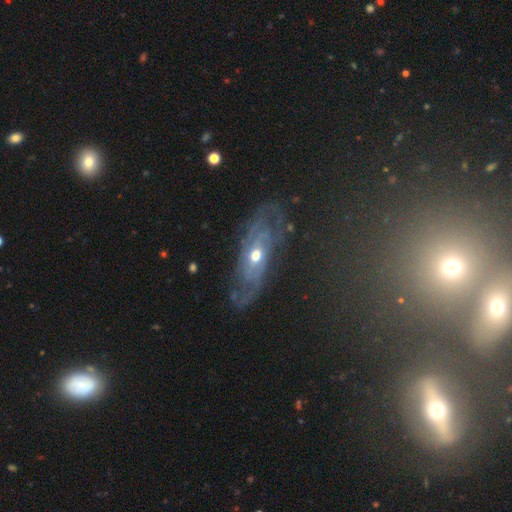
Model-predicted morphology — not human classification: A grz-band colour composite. It shows a featured or disk galaxy (79%) with no bar (71%), tight (56%) spiral arms (84%) and a moderate central bulge (73%). Merging: none (66%).